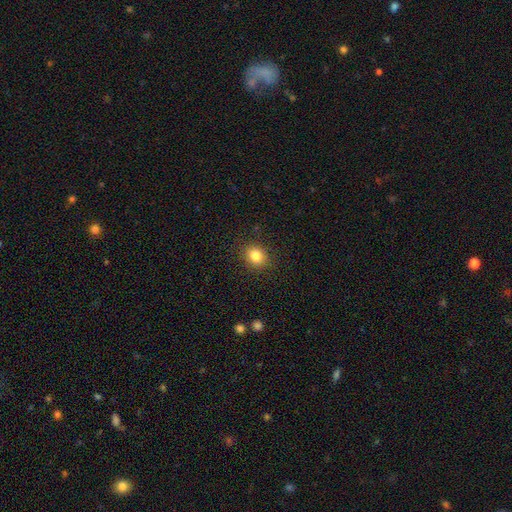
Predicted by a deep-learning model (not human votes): A smooth galaxy with no disk features (83%) that is round (67%).

Vote fractions:
- Smooth or featured? smooth: 83% / star or artifact: 11% / featured or disk: 6%
- How rounded? round: 67% / in between: 32% / cigar-shaped: 1%
- Merging? none: 89% / minor disturbance: 8% / major disturbance: 2% / merger: 1%